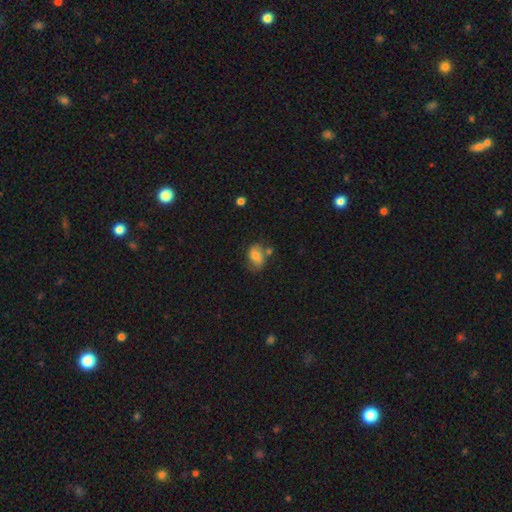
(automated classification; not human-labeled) Morphology: type=smooth (64%); roundness=in between (77%); merging=none (54%).